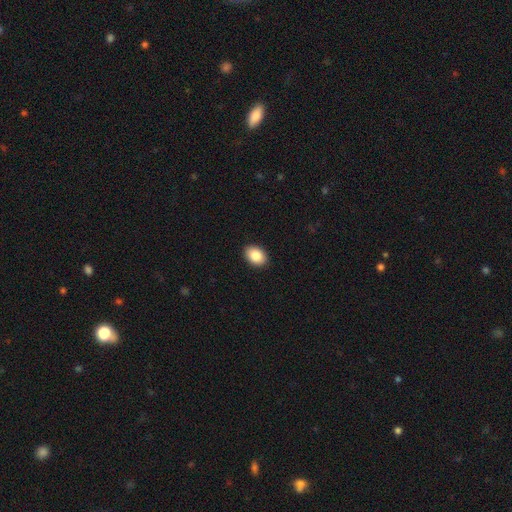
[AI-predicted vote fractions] smooth-or-featured: smooth: 87% | star or artifact: 7% | featured or disk: 6%
  how-rounded: in between: 79% | round: 20% | cigar-shaped: 1%
  merging: none: 91% | minor disturbance: 7% | major disturbance: 2% | merger: 1%